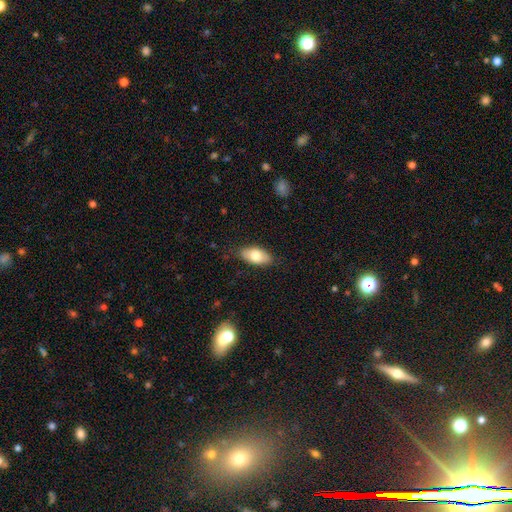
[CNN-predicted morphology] smooth-or-featured: smooth: 77% | featured or disk: 17% | star or artifact: 6%
  how-rounded: in between: 91% | cigar-shaped: 5% | round: 3%
  merging: none: 83% | minor disturbance: 14% | major disturbance: 3% | merger: 1%